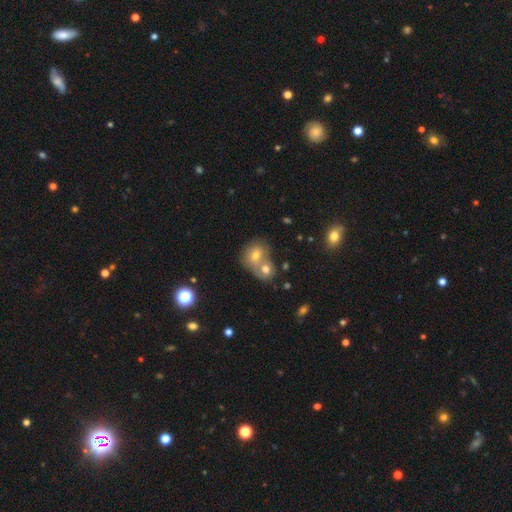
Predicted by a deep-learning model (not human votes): This is likely a smooth galaxy (64%). How rounded: possibly round (57%). Merging: likely merger (63%).